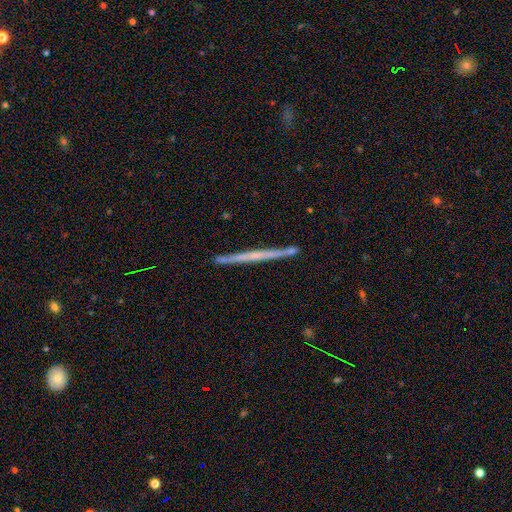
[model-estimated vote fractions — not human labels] This is likely a featured or disk galaxy (62%). It is clearly viewed edge-on (98%). Edge-on bulge: likely none (78%). Merging: clearly none (90%).